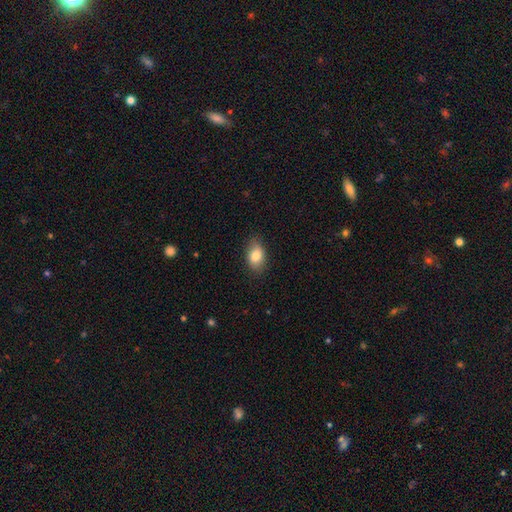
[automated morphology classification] Overall: smooth (83%). How rounded: in between (86%). Merging: none (83%).